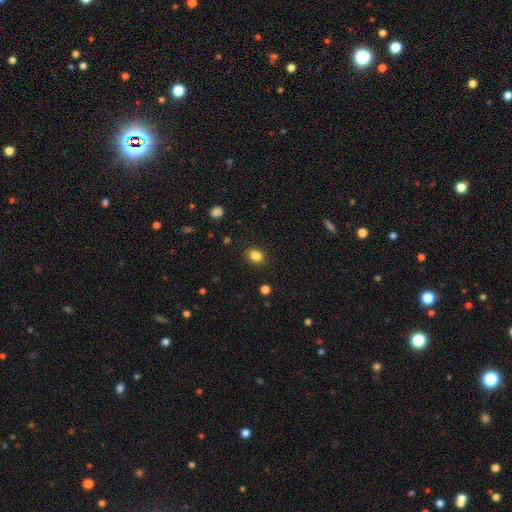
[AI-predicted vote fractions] A smooth galaxy with no disk features (85%) that is in between round and cigar-shaped (59%). Merging: none (88%).